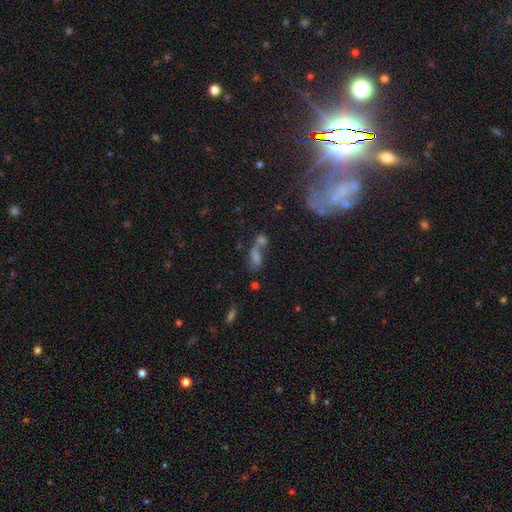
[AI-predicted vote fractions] Smooth or featured? Predicted: smooth (p=0.48). Merging? Predicted: merger (p=0.45).